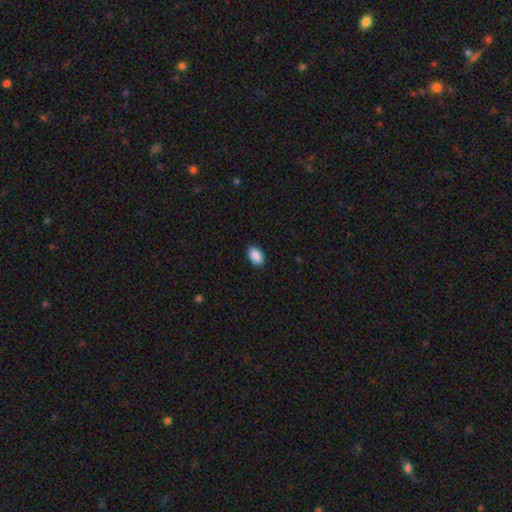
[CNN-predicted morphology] A smooth galaxy with no disk features (90%) that is in between round and cigar-shaped (91%). Merging: none (90%).